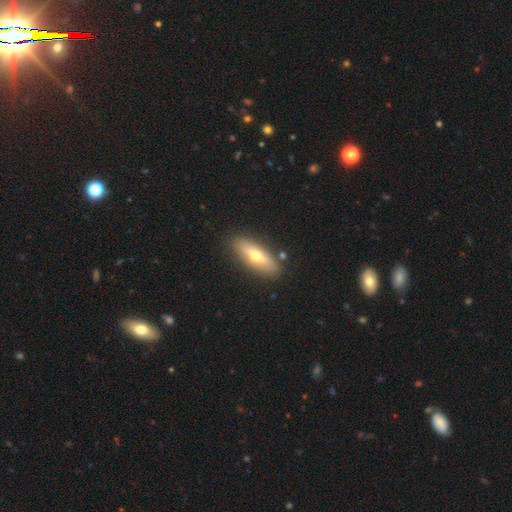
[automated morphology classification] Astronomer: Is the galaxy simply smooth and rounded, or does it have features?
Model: smooth — 61%.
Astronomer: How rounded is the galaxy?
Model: in between — 62%.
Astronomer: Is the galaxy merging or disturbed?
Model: none — 85%.